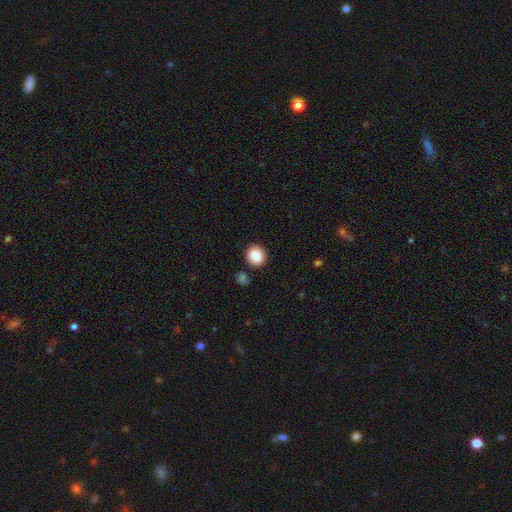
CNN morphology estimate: Q: Smooth or featured?
A: smooth (87%); runner-up: star or artifact (8%)
Q: How rounded?
A: round (78%); runner-up: in between (21%)
Q: Merging?
A: none (87%); runner-up: minor disturbance (7%)